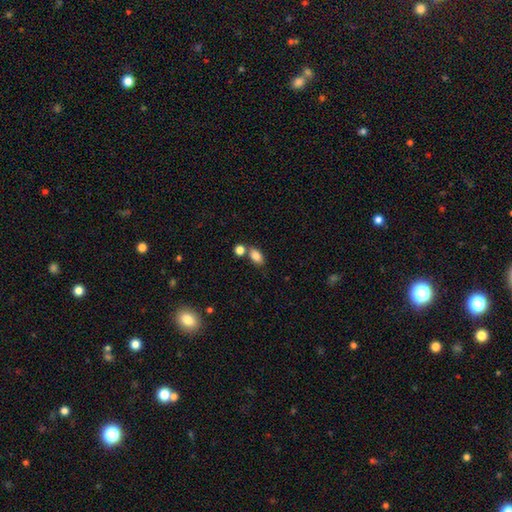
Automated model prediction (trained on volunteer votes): Overall: smooth (84%). How rounded: in between (87%). Merging: none (60%; merger 24%).